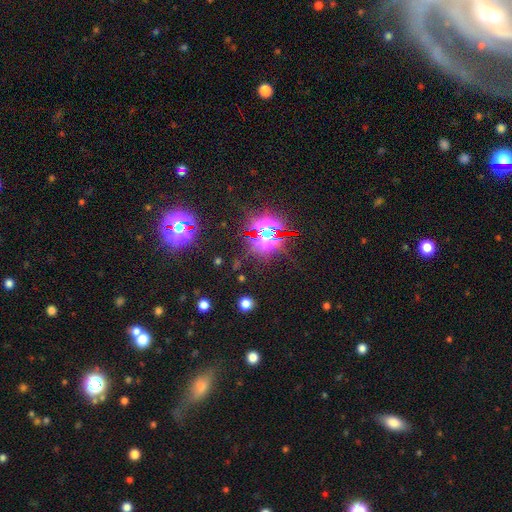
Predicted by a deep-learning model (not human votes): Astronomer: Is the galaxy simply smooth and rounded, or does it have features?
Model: star or artifact — 62%.